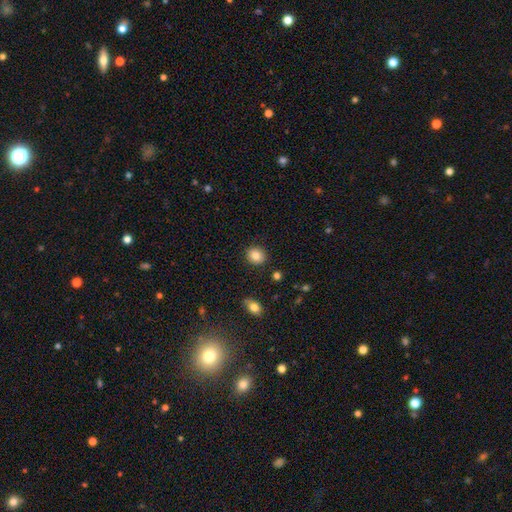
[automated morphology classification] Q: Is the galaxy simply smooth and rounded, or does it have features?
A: smooth — 84%.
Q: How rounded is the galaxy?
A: round — 76%.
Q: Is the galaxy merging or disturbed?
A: none — 89%.